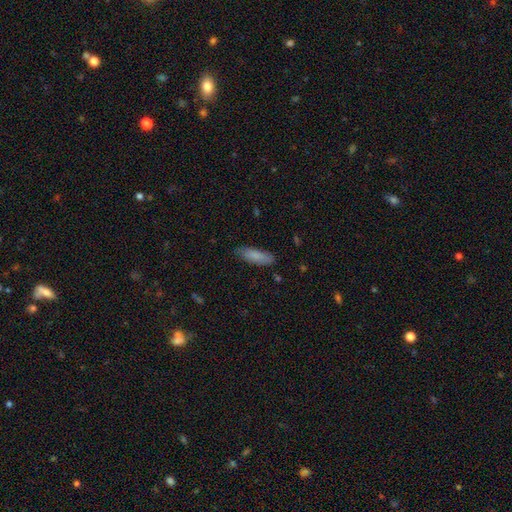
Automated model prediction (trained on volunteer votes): This is clearly a smooth galaxy (84%). How rounded: possibly in between (56%). Merging: clearly none (80%).